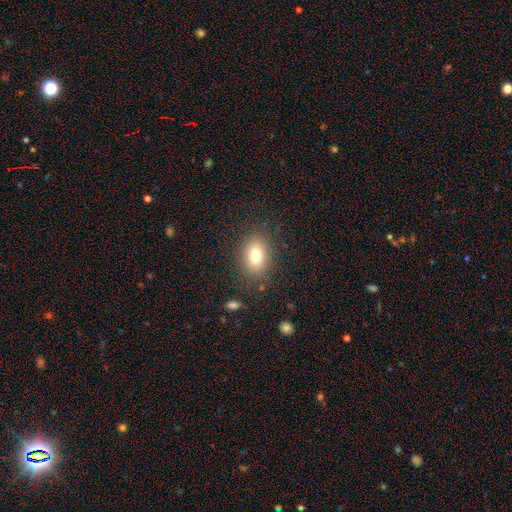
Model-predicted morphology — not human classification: A smooth galaxy with no disk features (76%) that is in between round and cigar-shaped (71%). Merging: none (84%).